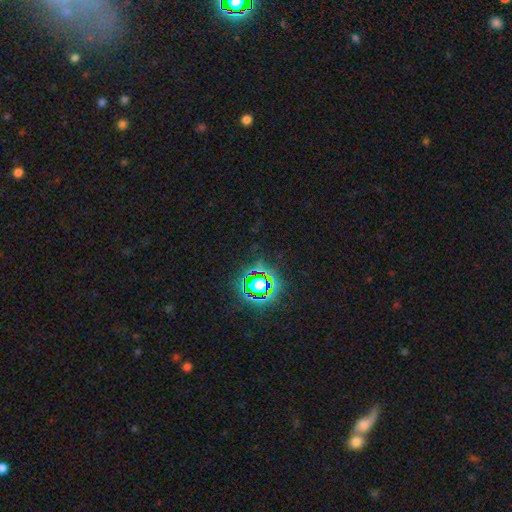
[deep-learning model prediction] Smooth or featured: star or artifact — 79% (smooth — 13%)